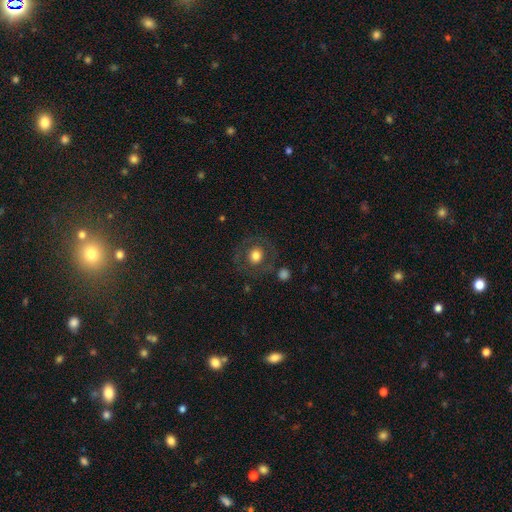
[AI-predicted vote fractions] This appears to be a smooth galaxy with no disk features (66%) that is round (89%). Merging: none (80%).